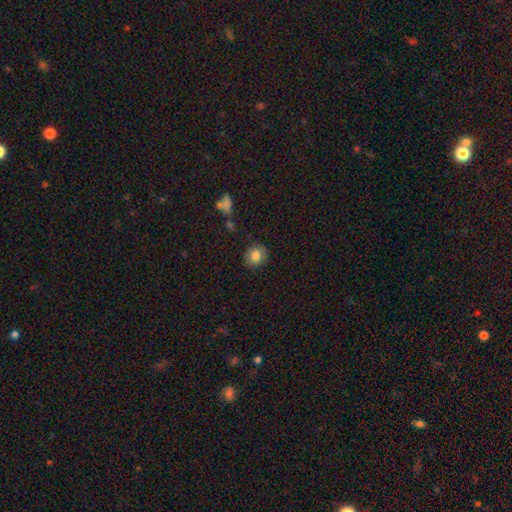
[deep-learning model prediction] A smooth galaxy with no disk features (82%) that is round (73%).

Vote fractions:
- Smooth or featured? smooth: 82% / star or artifact: 9% / featured or disk: 8%
- How rounded? round: 73% / in between: 26% / cigar-shaped: 1%
- Merging? none: 85% / minor disturbance: 11% / major disturbance: 3% / merger: 2%